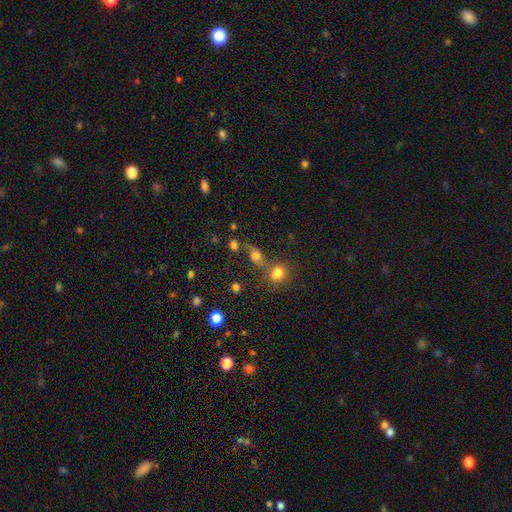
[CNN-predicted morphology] Q: Smooth or featured?
A: smooth (61%); runner-up: featured or disk (21%)
Q: How rounded?
A: in between (50%); runner-up: round (42%)
Q: Merging?
A: none (46%); runner-up: merger (29%)